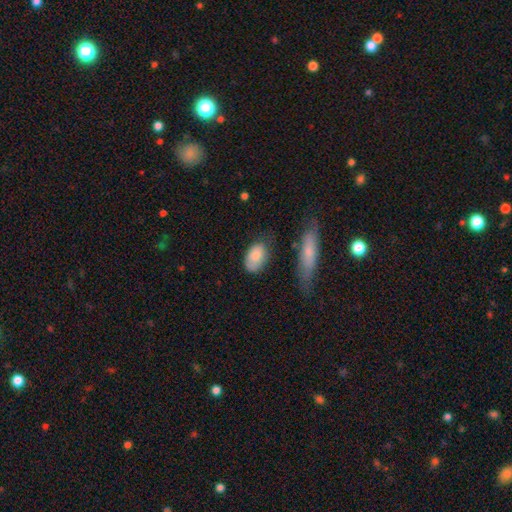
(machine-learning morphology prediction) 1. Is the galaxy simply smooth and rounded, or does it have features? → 80% smooth, 13% featured or disk, 7% star or artifact.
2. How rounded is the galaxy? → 88% in between, 10% round, 3% cigar-shaped.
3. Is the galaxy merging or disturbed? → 57% none, 28% minor disturbance, 9% major disturbance, 6% merger.